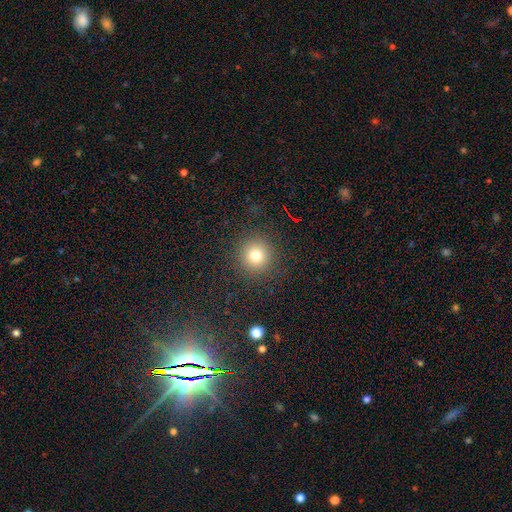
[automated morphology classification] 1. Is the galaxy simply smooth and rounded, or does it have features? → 77% smooth, 15% star or artifact, 8% featured or disk.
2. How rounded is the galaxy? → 94% round, 5% in between, 1% cigar-shaped.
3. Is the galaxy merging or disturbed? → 90% none, 6% minor disturbance, 3% major disturbance, 1% merger.